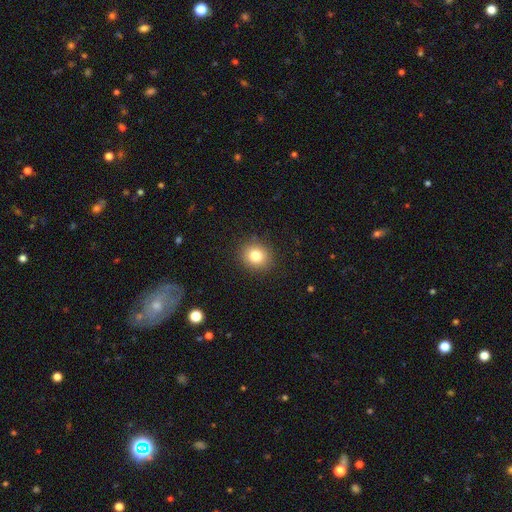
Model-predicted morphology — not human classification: smooth_or_featured: smooth (p=0.81) [alt: star or artifact p=0.11]
how_rounded: round (p=0.81) [alt: in between p=0.19]
merging: none (p=0.90) [alt: minor disturbance p=0.07]